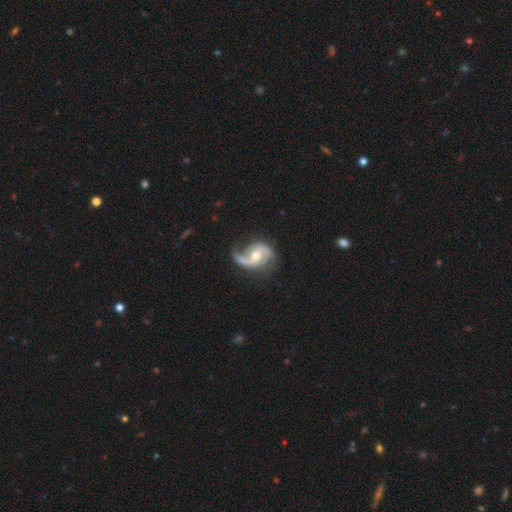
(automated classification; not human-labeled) The model was most divided on "spiral winding": medium: 46%, loose: 41%, tight: 13%. Remaining: edge-on disk — no (98%); spiral arms — yes (97%); smooth or featured — featured or disk (89%); spiral arm count — 2 (83%); bulge size — moderate (72%); merging — none (60%); bar — no (50%).